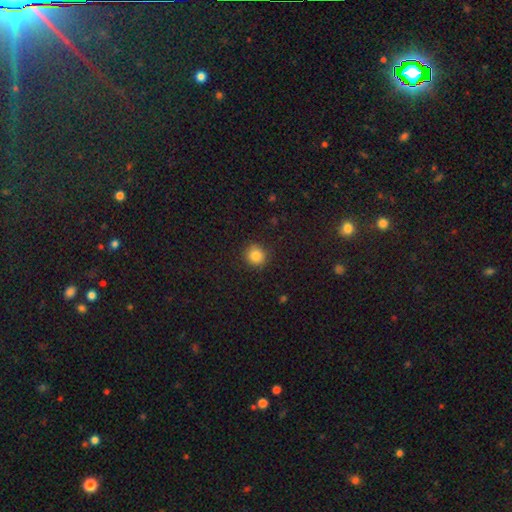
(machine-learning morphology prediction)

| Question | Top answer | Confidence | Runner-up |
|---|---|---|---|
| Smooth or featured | smooth | 84% | star or artifact (11%) |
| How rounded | round | 92% | in between (7%) |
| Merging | none | 90% | minor disturbance (7%) |